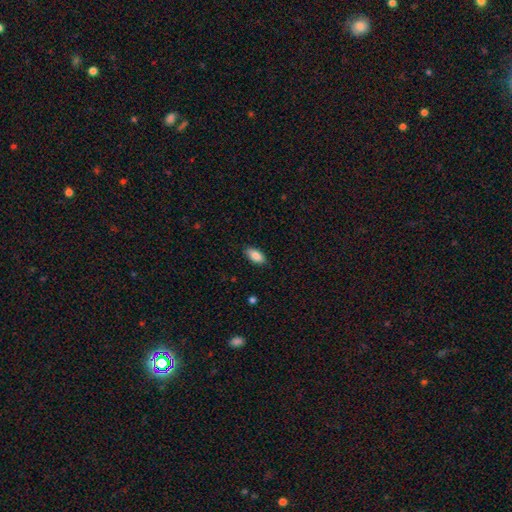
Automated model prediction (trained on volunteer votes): Q: Smooth or featured?
A: smooth (87%); runner-up: star or artifact (7%)
Q: How rounded?
A: in between (92%); runner-up: cigar-shaped (6%)
Q: Merging?
A: none (86%); runner-up: minor disturbance (11%)